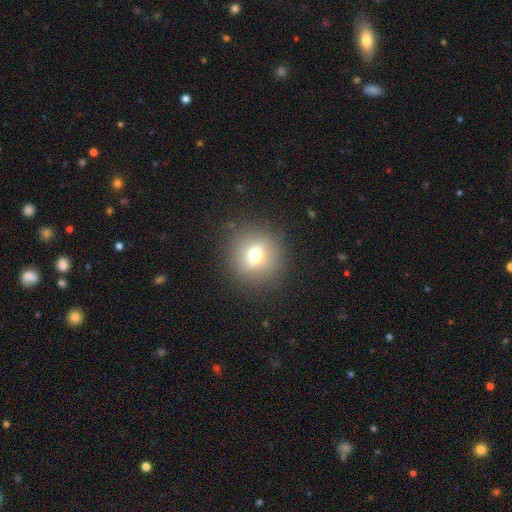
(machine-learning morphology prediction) A smooth galaxy with no disk features (63%) that is round (90%).

Vote fractions:
- Smooth or featured? smooth: 63% / featured or disk: 23% / star or artifact: 14%
- How rounded? round: 90% / in between: 9% / cigar-shaped: 1%
- Merging? none: 86% / minor disturbance: 9% / major disturbance: 4% / merger: 1%